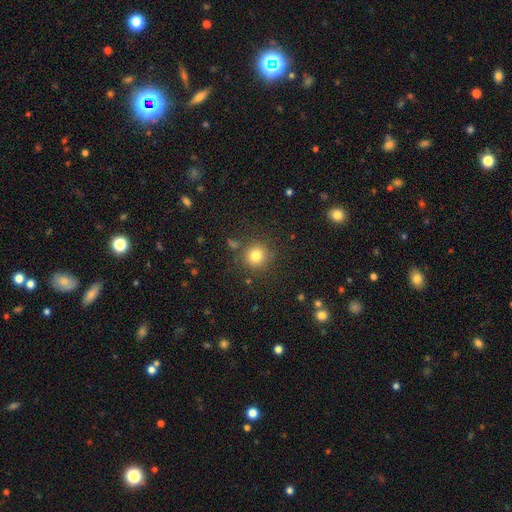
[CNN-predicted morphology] A smooth galaxy with no disk features (79%) that is round (92%). Merging: none (84%).